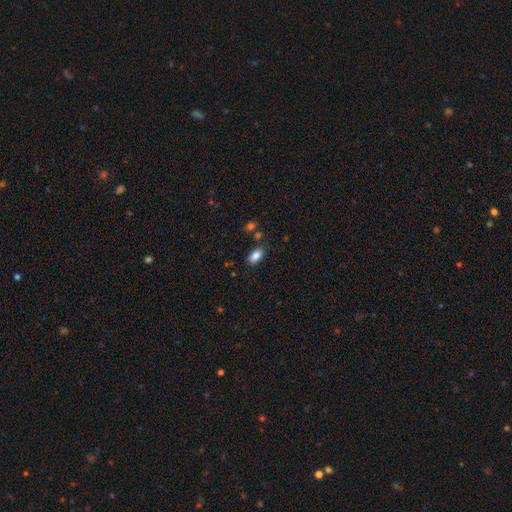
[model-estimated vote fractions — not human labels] Smooth or featured?
  - smooth: 85% *
  - star or artifact: 9%
  - featured or disk: 6%
How rounded?
  - in between: 92% *
  - round: 5%
  - cigar-shaped: 3%
Merging?
  - none: 82% *
  - minor disturbance: 11%
  - merger: 4%
  - major disturbance: 3%